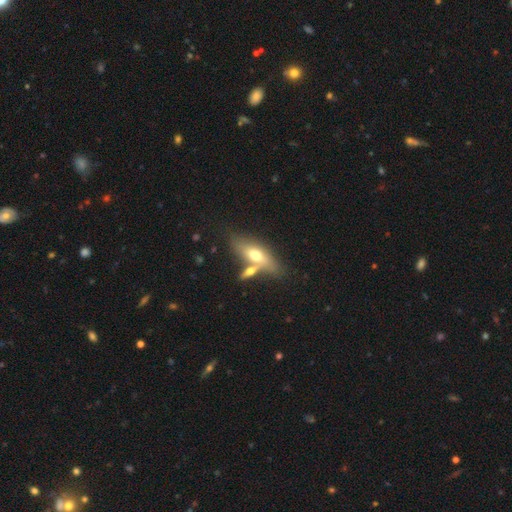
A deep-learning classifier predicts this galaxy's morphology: type=smooth (58%); roundness=in between (64%); merging=none (45%).